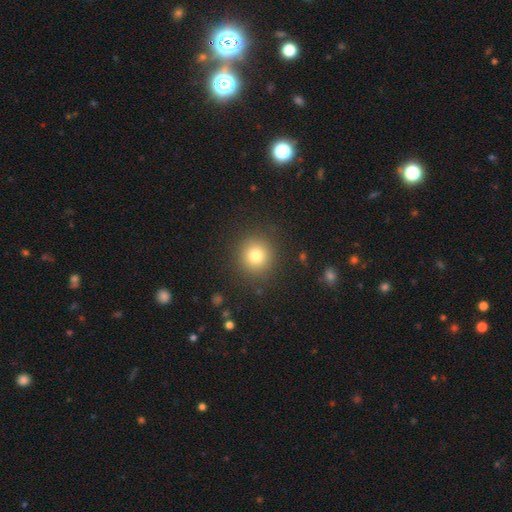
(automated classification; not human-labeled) smooth 78%, star or artifact 13%, featured or disk 9%. Down the decision tree: how rounded — round (91%); merging — none (89%).